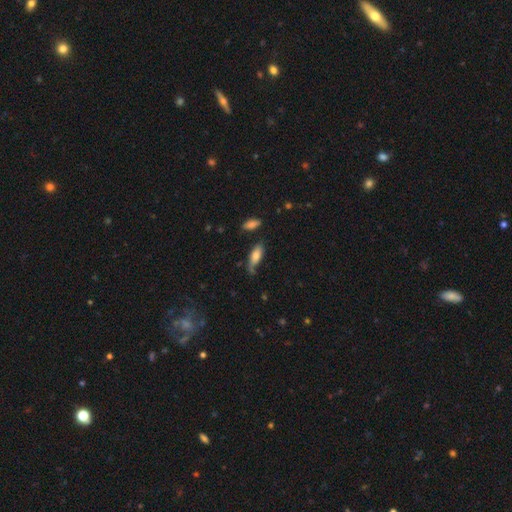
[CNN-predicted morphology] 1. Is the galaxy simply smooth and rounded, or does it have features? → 73% smooth, 20% featured or disk, 7% star or artifact.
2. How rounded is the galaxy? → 72% in between, 26% cigar-shaped, 2% round.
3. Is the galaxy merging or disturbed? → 55% none, 30% minor disturbance, 9% major disturbance, 6% merger.